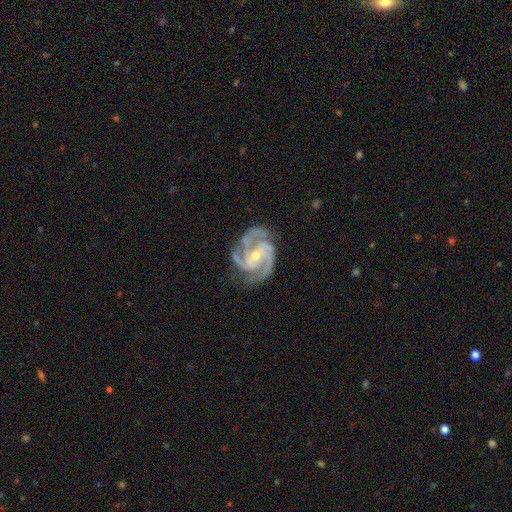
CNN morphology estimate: A featured or disk galaxy (93%) with no bar (44%), 3 (49%) tight (49%) spiral arms (99%) and a small central bulge (62%).

Vote fractions:
- Smooth or featured? featured or disk: 93% / star or artifact: 4% / smooth: 3%
- Edge-on disk? no: 98% / yes: 2%
- Bar? no: 44% / weak: 35% / strong: 21%
- Spiral arms? yes: 99% / no: 1%
- Spiral winding? tight: 49% / medium: 46% / loose: 5%
- Spiral arm count? 3: 49% / 2: 37% / 4: 5% / can't tell: 4% / 1: 3% / more than 4: 3%
- Bulge size? small: 62% / moderate: 35% / none: 1% / large: 1% / dominant: 1%
- Merging? none: 76% / minor disturbance: 17% / major disturbance: 6% / merger: 1%